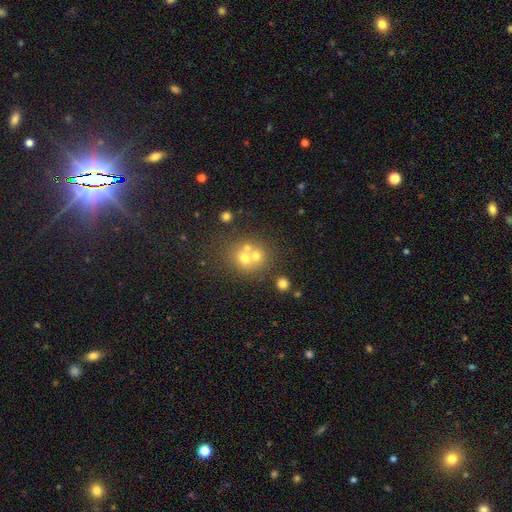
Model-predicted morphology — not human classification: Smooth or featured? smooth (59%)
How rounded? round (81%)
Merging? merger (48%)